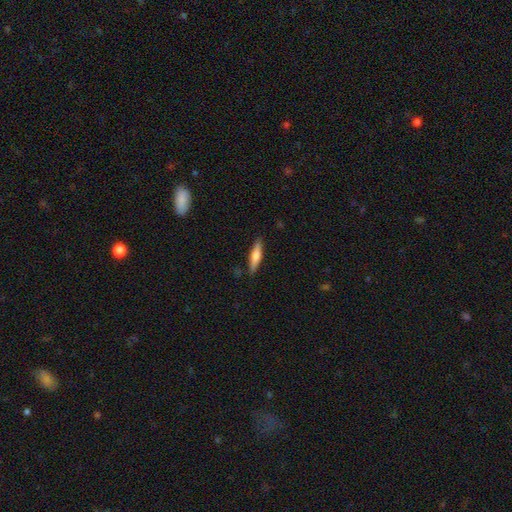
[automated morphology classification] This appears to be a smooth galaxy with no disk features (61%) that is cigar-shaped (80%). Merging: none (87%).